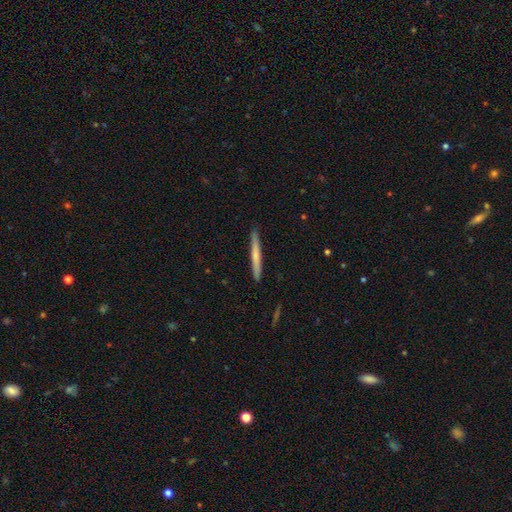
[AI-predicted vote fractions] Smooth or featured?
  - smooth: 59% *
  - featured or disk: 36%
  - star or artifact: 5%
How rounded?
  - cigar-shaped: 97% *
  - in between: 2%
  - round: 1%
Merging?
  - none: 92% *
  - minor disturbance: 6%
  - major disturbance: 1%
  - merger: 1%